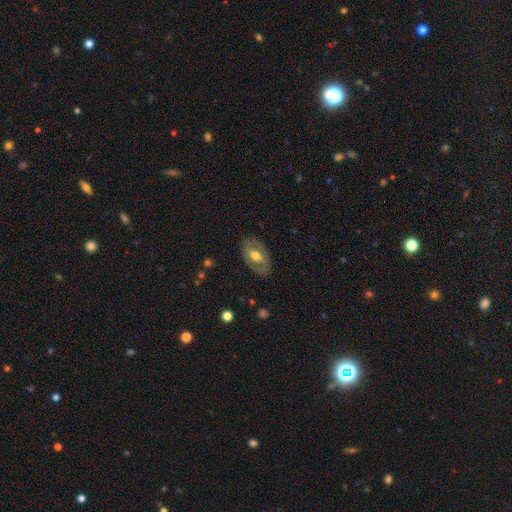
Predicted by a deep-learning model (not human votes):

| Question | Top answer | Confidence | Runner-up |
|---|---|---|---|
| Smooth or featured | featured or disk | 54% | smooth (40%) |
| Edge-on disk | no | 90% | yes (10%) |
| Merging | none | 81% | minor disturbance (13%) |